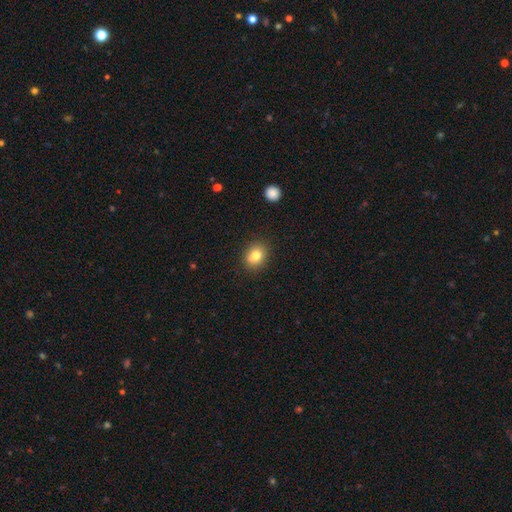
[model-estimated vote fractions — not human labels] This appears to be a smooth galaxy with no disk features (81%) that is round (53%). Merging: none (88%).